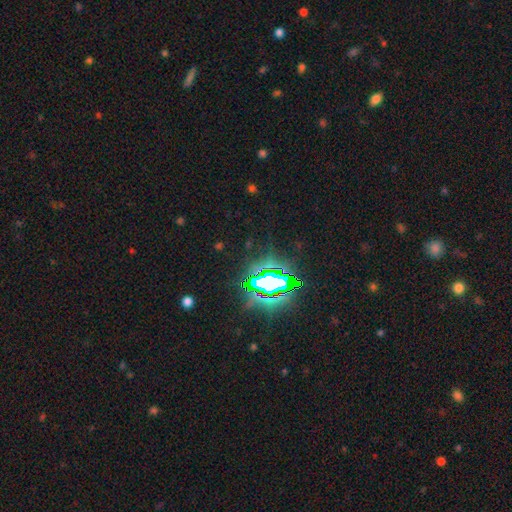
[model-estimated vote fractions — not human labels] Smooth or featured? Predicted: star or artifact (p=0.83).